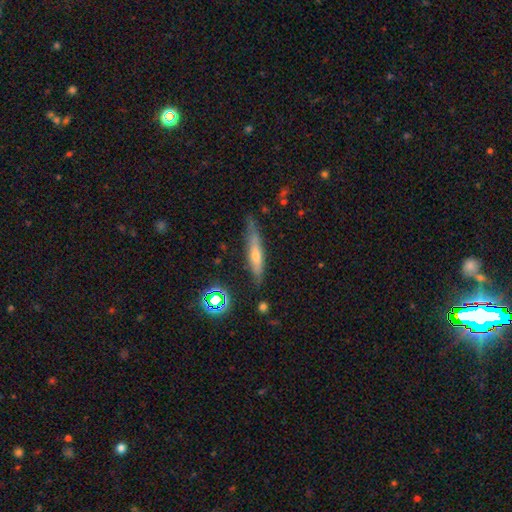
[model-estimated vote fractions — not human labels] Smooth or featured? Predicted: featured or disk (p=0.49). Merging? Predicted: none (p=0.74).